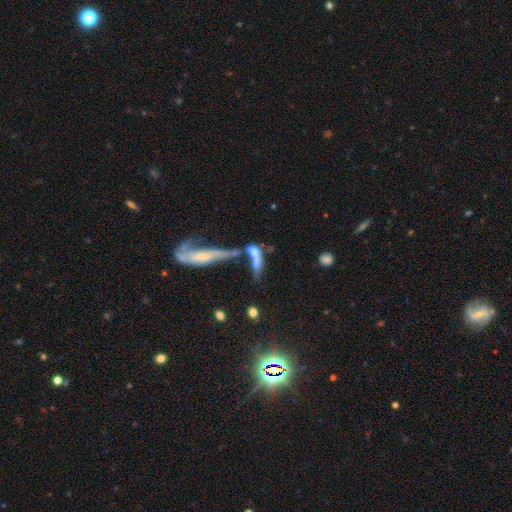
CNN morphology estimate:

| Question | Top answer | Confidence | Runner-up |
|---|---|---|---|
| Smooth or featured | smooth | 52% | featured or disk (35%) |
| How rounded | cigar-shaped | 50% | in between (45%) |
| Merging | merger | 65% | major disturbance (16%) |